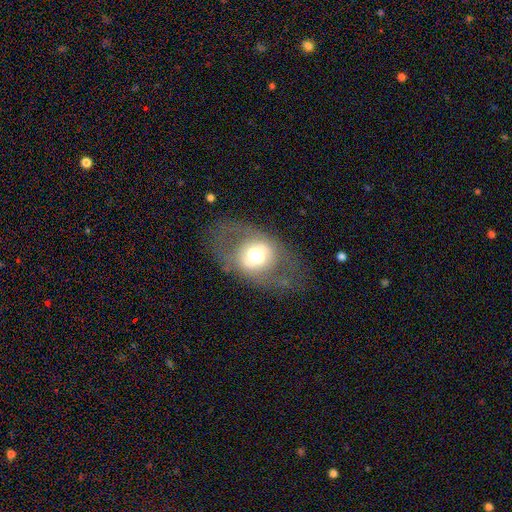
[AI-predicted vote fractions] Smooth or featured? Predicted: featured or disk (p=0.48). Merging? Predicted: none (p=0.66).